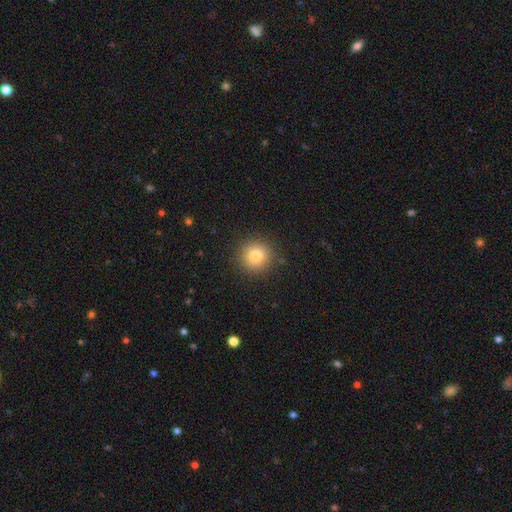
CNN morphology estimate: This is clearly a smooth galaxy (81%). How rounded: clearly round (92%). Merging: clearly none (88%).